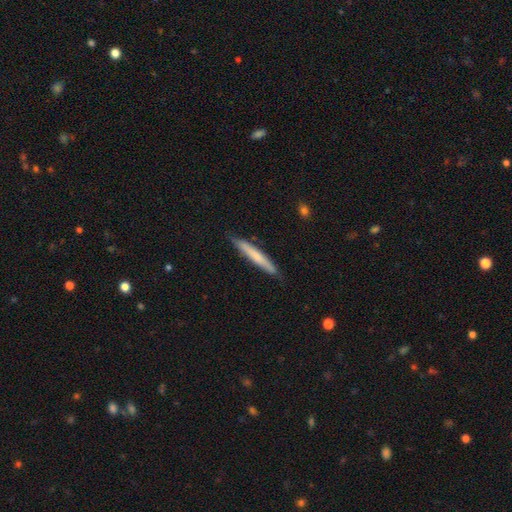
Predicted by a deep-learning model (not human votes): Overall: smooth (63%; featured or disk 32%). How rounded: cigar-shaped (96%). Merging: none (86%).